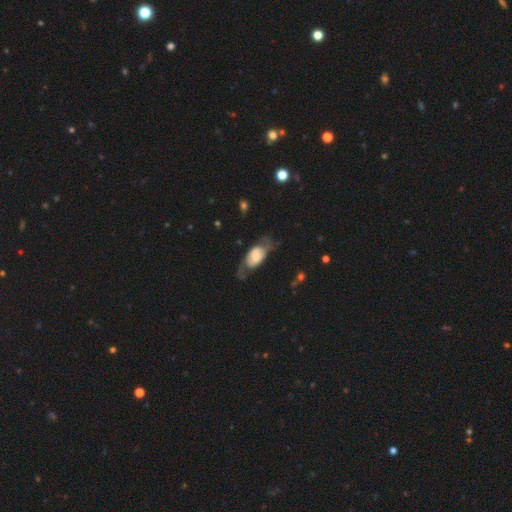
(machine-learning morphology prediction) Smooth or featured? featured or disk (56%)
Edge-on disk? no (86%)
Merging? none (52%)